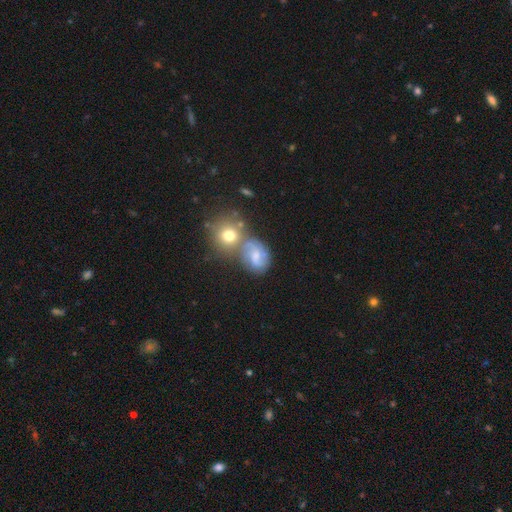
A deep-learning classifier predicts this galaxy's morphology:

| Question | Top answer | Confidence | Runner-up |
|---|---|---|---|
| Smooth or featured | featured or disk | 59% | smooth (30%) |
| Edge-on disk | no | 97% | yes (3%) |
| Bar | no | 49% | weak (43%) |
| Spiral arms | yes | 87% | no (13%) |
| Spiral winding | medium | 50% | tight (29%) |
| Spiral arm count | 2 | 57% | can't tell (17%) |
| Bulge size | moderate | 41% | small (38%) |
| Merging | none | 47% | merger (27%) |